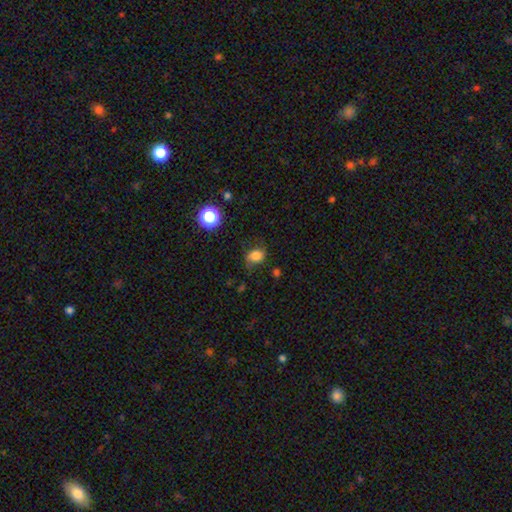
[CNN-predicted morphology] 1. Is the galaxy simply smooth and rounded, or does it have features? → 76% smooth, 13% star or artifact, 11% featured or disk.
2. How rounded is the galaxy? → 50% round, 49% in between, 1% cigar-shaped.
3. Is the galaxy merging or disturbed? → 60% none, 28% minor disturbance, 11% major disturbance, 2% merger.